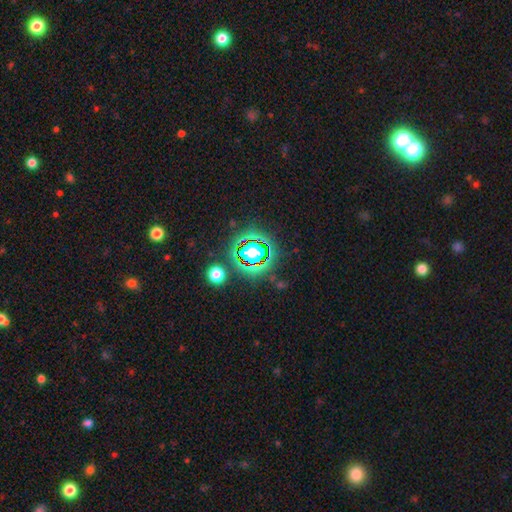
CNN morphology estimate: smooth_or_featured: star or artifact (p=0.63) [alt: smooth p=0.25]